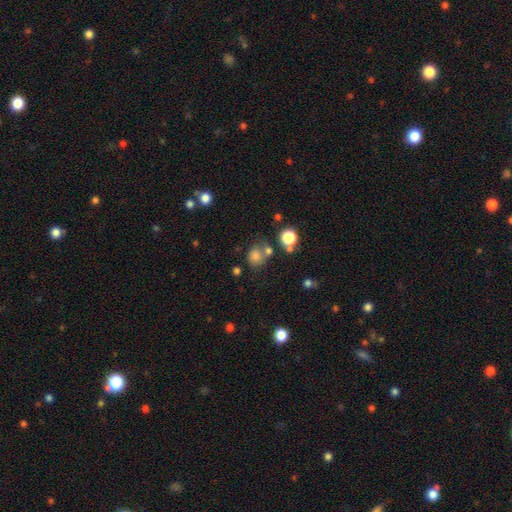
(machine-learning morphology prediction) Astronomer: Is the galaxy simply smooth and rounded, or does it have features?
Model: smooth — 75%.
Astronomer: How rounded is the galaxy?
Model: round — 72%.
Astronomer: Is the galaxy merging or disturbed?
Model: none — 57%.